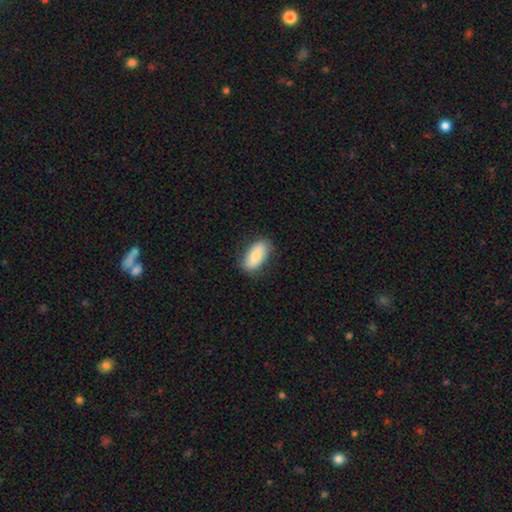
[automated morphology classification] type=smooth (82%); roundness=in between (88%); merging=none (80%).